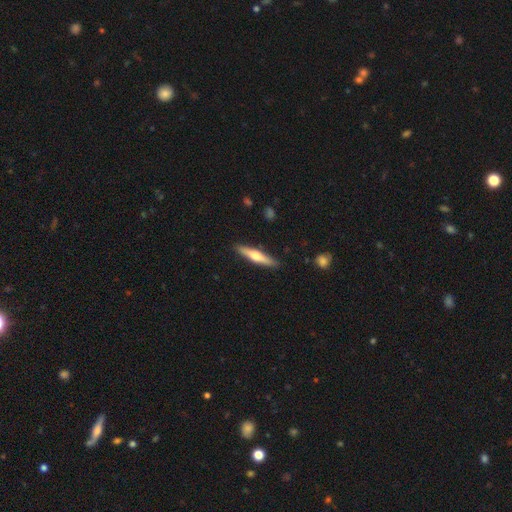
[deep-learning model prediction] Overall: featured or disk (51%; smooth 44%). Edge-on disk: yes (95%). Merging: none (89%).